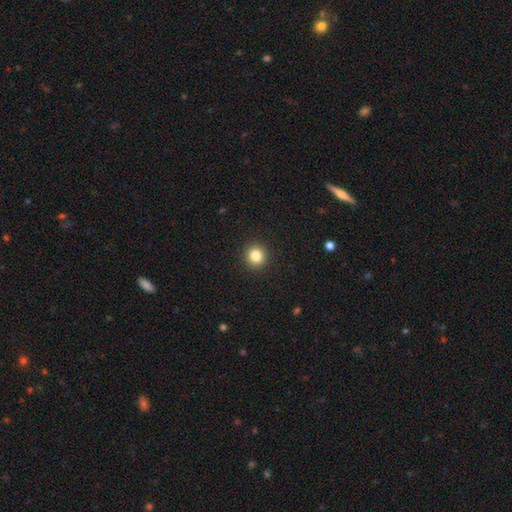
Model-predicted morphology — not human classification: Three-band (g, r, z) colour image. It shows a smooth galaxy with no disk features (83%) that is round (92%). Merging: none (93%).